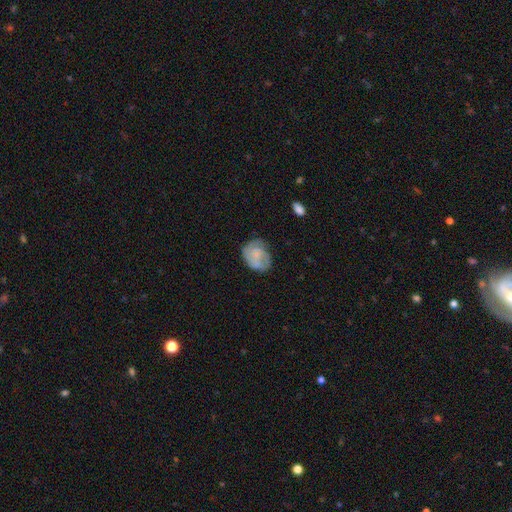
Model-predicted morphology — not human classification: smooth-or-featured: smooth: 49% | featured or disk: 43% | star or artifact: 8%
  merging: none: 56% | minor disturbance: 28% | major disturbance: 14% | merger: 2%